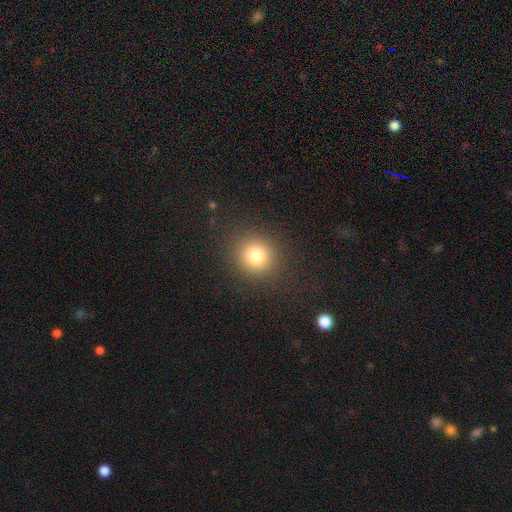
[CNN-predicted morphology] A smooth galaxy with no disk features (79%) that is round (89%). Merging: none (89%).